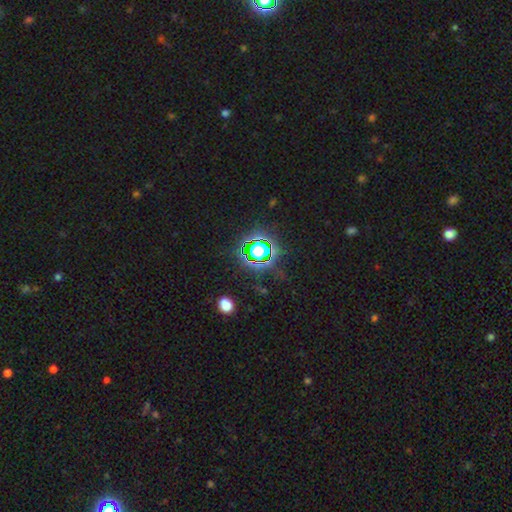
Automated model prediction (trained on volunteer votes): Morphology: type=star or artifact (71%).